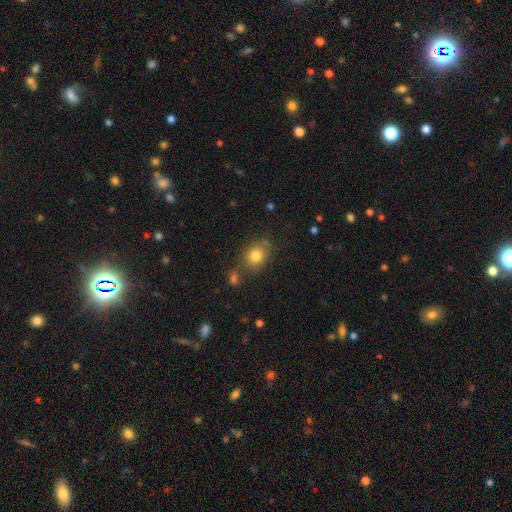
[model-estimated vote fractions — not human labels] A smooth galaxy with no disk features (81%) that is round (55%). Merging: none (70%).